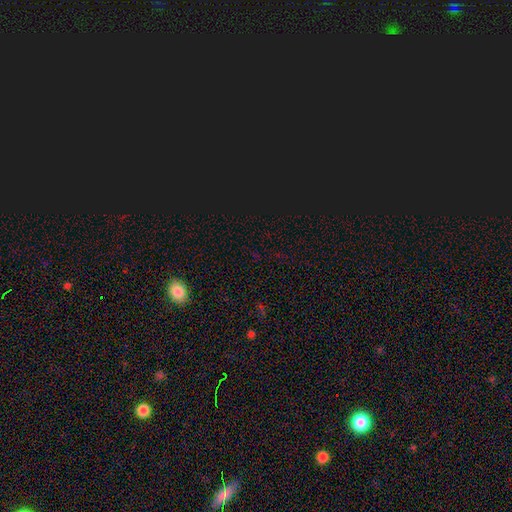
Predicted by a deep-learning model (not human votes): Smooth or featured?
  - star or artifact: 74% *
  - smooth: 19%
  - featured or disk: 7%